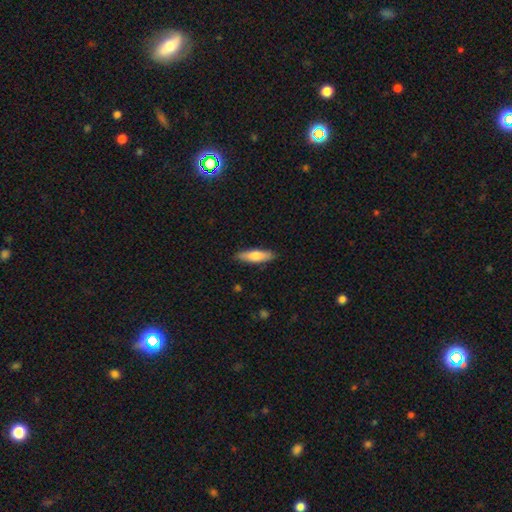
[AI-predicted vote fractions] Smooth or featured? Predicted: smooth (p=0.72). How rounded? Predicted: cigar-shaped (p=0.61). Merging? Predicted: none (p=0.87).